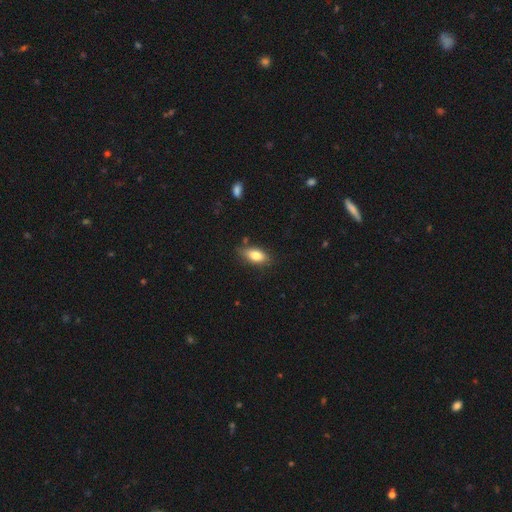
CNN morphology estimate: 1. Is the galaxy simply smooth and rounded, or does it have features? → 79% smooth, 13% featured or disk, 7% star or artifact.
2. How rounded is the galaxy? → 86% in between, 9% cigar-shaped, 4% round.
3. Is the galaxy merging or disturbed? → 76% none, 18% minor disturbance, 3% major disturbance, 3% merger.